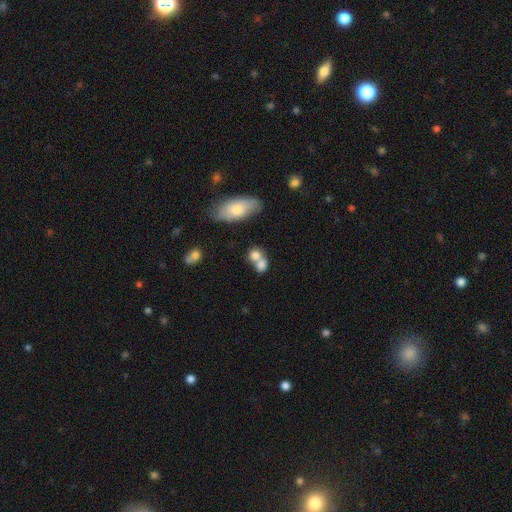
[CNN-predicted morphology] smooth-or-featured: smooth: 76% | featured or disk: 14% | star or artifact: 10%
  how-rounded: round: 57% | in between: 41% | cigar-shaped: 2%
  merging: merger: 59% | none: 29% | minor disturbance: 8% | major disturbance: 4%